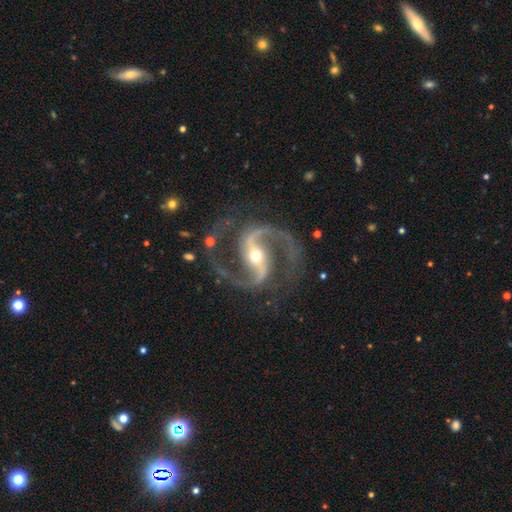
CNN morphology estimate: Q: Smooth or featured?
A: featured or disk (94%); runner-up: star or artifact (4%)
Q: Edge-on disk?
A: no (98%); runner-up: yes (2%)
Q: Bar?
A: strong (62%); runner-up: weak (26%)
Q: Spiral arms?
A: yes (99%); runner-up: no (1%)
Q: Spiral winding?
A: medium (64%); runner-up: loose (26%)
Q: Spiral arm count?
A: 2 (95%); runner-up: 3 (1%)
Q: Bulge size?
A: moderate (56%); runner-up: small (38%)
Q: Merging?
A: none (80%); runner-up: minor disturbance (12%)